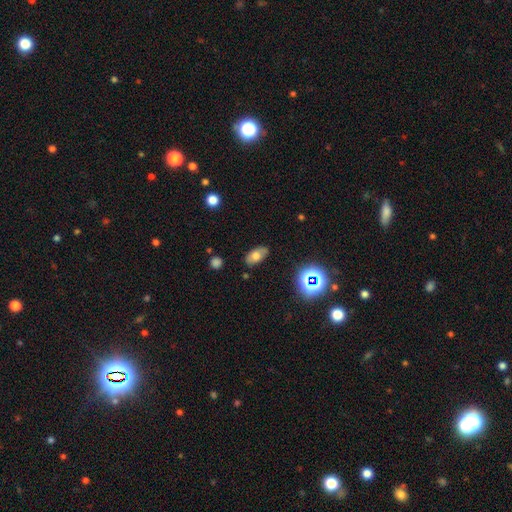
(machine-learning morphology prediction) Q: Smooth or featured?
A: smooth (67%); runner-up: featured or disk (20%)
Q: How rounded?
A: in between (90%); runner-up: round (6%)
Q: Merging?
A: none (81%); runner-up: minor disturbance (14%)